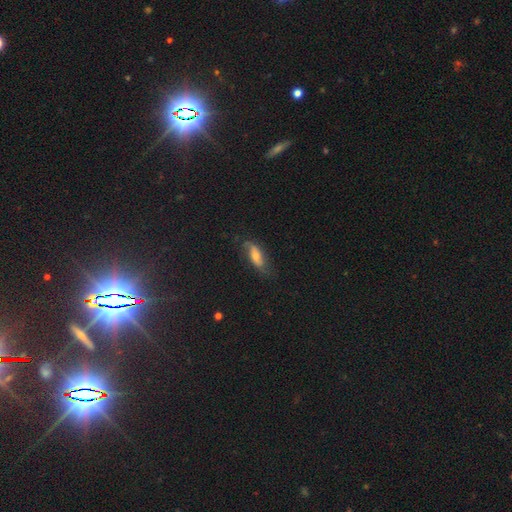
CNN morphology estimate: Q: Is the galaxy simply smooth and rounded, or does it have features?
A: smooth — 44%, tied with featured or disk.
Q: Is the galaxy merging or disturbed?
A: none — 66%.